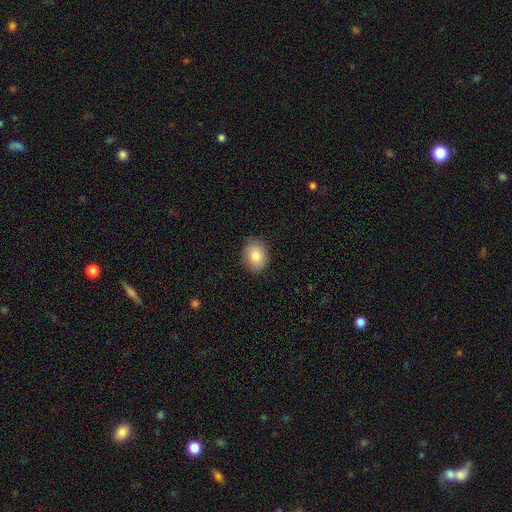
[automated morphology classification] The model was most divided on "how rounded": in between: 56%, round: 43%, cigar-shaped: 1%. More confident: merging — none (85%); smooth or featured — smooth (83%).